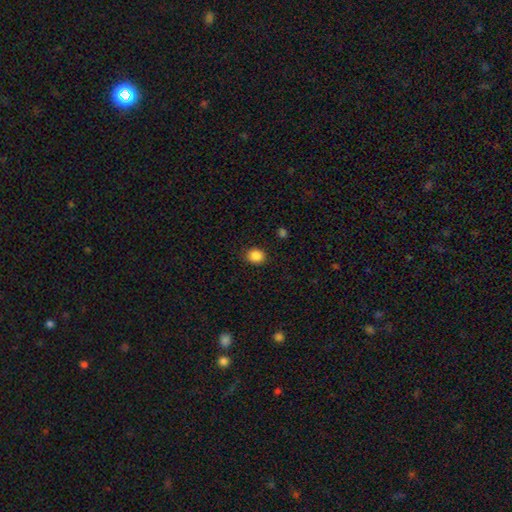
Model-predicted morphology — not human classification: This appears to be a smooth galaxy with no disk features (87%) that is round (65%). Merging: none (86%).